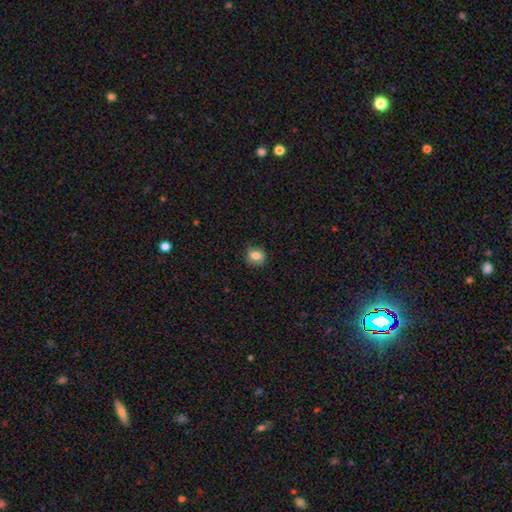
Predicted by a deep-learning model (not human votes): smooth_or_featured: smooth (p=0.78) [alt: featured or disk p=0.12]
how_rounded: round (p=0.67) [alt: in between p=0.32]
merging: none (p=0.84) [alt: minor disturbance p=0.12]